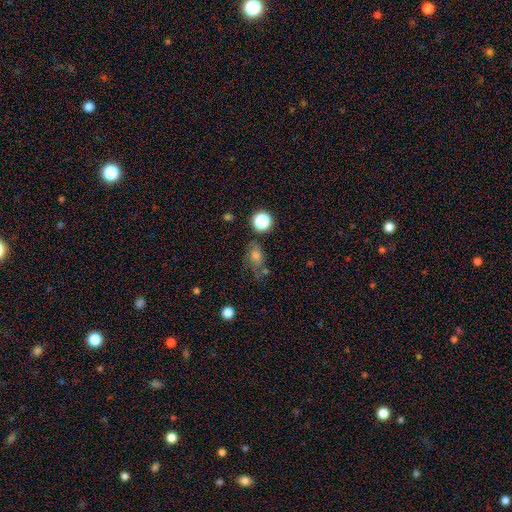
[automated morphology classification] type=smooth (63%); roundness=in between (66%); merging=none (50%).